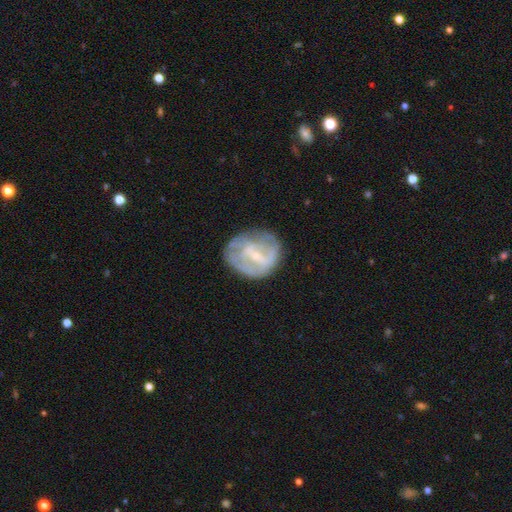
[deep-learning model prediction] A featured or disk galaxy (63%) with a weak bar (48%), no spiral arms (53%) and a small central bulge (59%). Merging: none (58%).